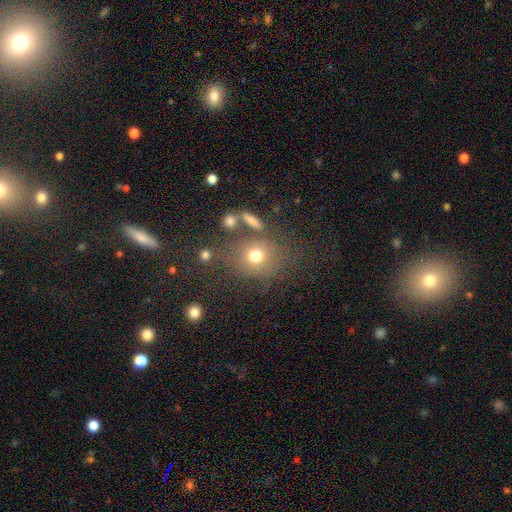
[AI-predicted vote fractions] This is likely a smooth galaxy (72%). How rounded: likely round (70%). Merging: likely none (65%).